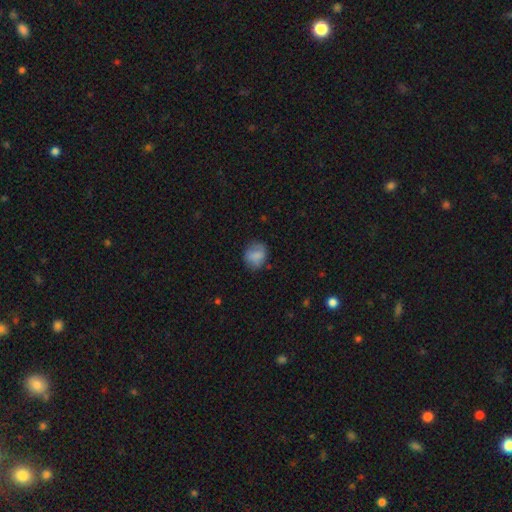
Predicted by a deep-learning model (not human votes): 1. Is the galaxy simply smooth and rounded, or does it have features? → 77% smooth, 14% featured or disk, 9% star or artifact.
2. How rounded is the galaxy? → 65% round, 34% in between, 1% cigar-shaped.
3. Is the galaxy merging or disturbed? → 70% none, 22% minor disturbance, 7% major disturbance, 1% merger.